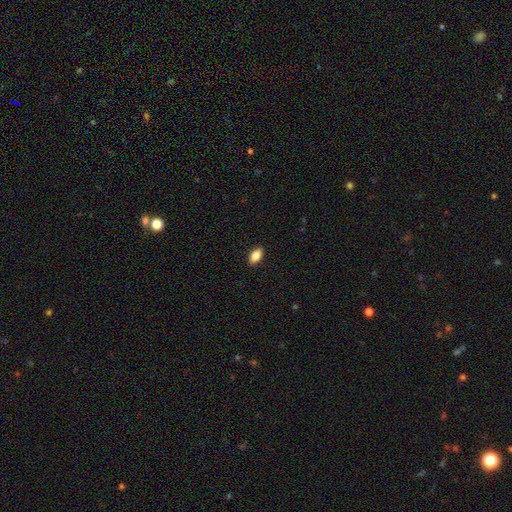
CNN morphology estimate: type=smooth (84%); roundness=in between (91%); merging=none (89%).